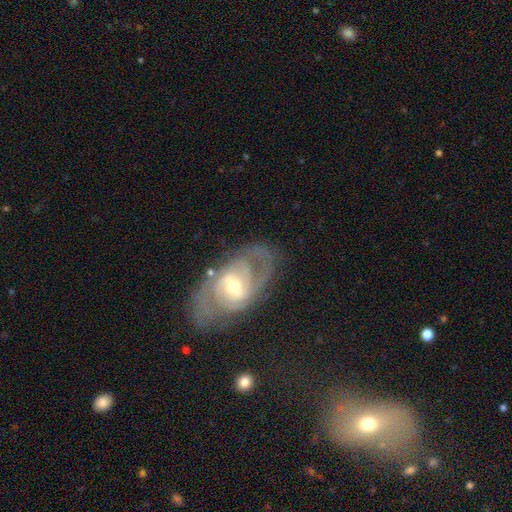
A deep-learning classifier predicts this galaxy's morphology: Smooth or featured: featured or disk — 84% (smooth — 9%)
Edge-on disk: no — 94% (yes — 6%)
Bar: weak — 52% (strong — 26%)
Spiral arms: yes — 93% (no — 7%)
Spiral winding: tight — 51% (medium — 39%)
Spiral arm count: 2 — 61% (can't tell — 21%)
Bulge size: moderate — 62% (small — 29%)
Merging: none — 74% (minor disturbance — 17%)